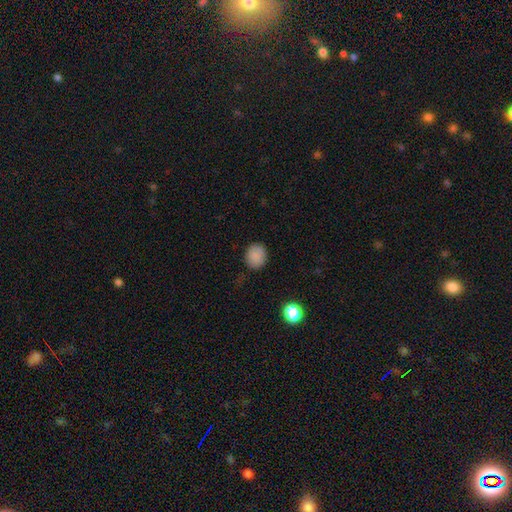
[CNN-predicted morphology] Smooth or featured: smooth — 85% (star or artifact — 10%)
How rounded: round — 76% (in between — 24%)
Merging: none — 85% (minor disturbance — 11%)